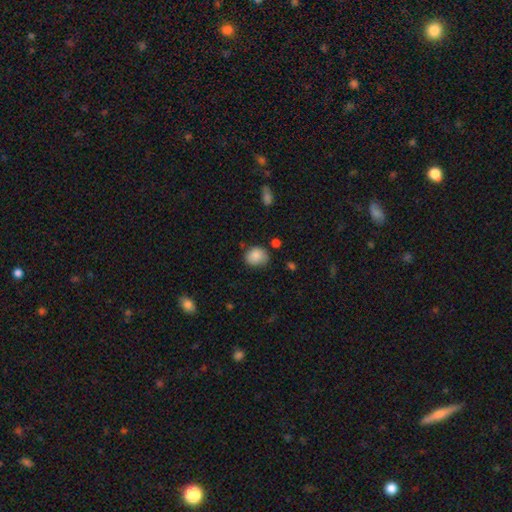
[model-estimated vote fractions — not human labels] Smooth or featured? smooth (86%)
How rounded? round (59%)
Merging? none (69%)